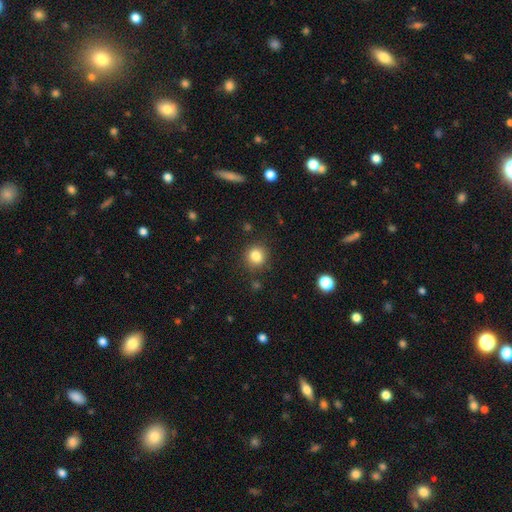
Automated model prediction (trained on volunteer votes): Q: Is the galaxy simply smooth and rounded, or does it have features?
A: smooth — 83%.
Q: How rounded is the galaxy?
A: round — 84%.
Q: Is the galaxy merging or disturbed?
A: none — 87%.